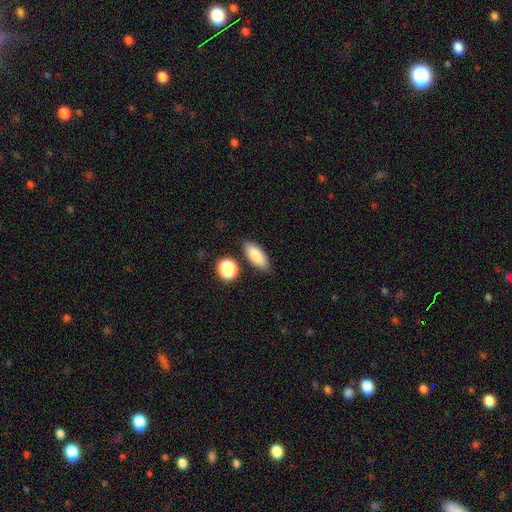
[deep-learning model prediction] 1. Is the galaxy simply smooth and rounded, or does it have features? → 86% smooth, 7% star or artifact, 7% featured or disk.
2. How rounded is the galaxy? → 82% in between, 14% cigar-shaped, 4% round.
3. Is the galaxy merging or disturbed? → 81% none, 11% minor disturbance, 5% merger, 3% major disturbance.